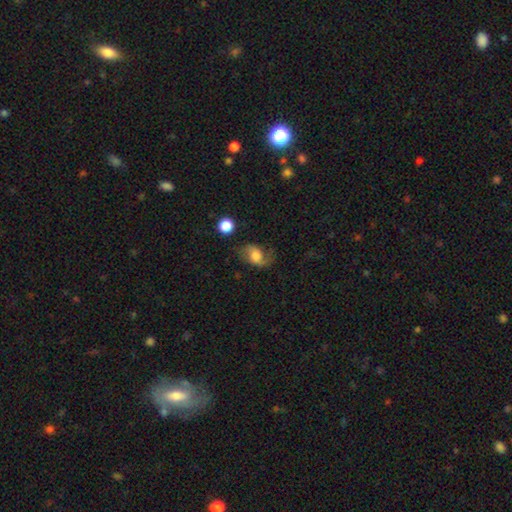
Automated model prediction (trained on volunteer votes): Q: Smooth or featured?
A: featured or disk (49%); runner-up: smooth (41%)
Q: Merging?
A: none (61%); runner-up: minor disturbance (22%)